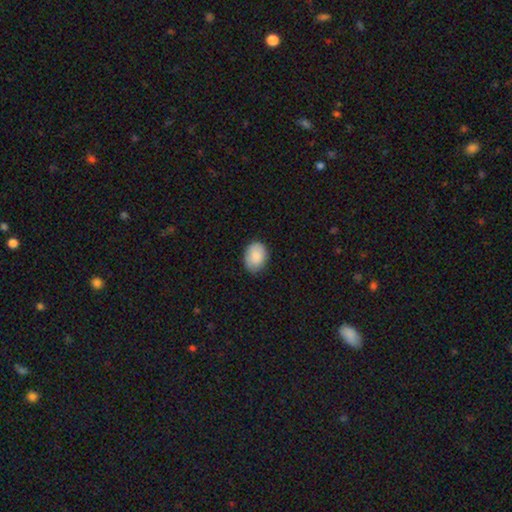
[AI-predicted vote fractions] A smooth galaxy with no disk features (85%) that is in between round and cigar-shaped (66%). Merging: none (78%).